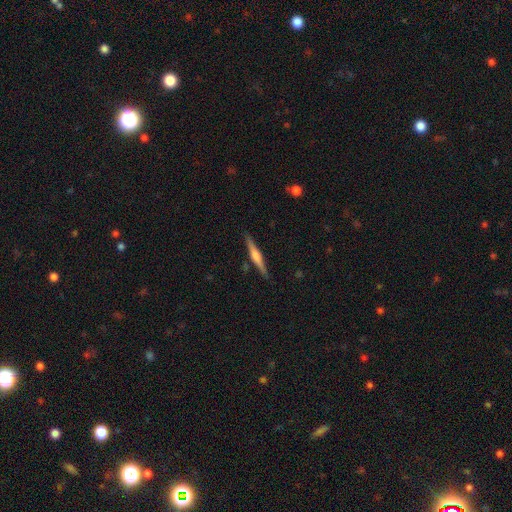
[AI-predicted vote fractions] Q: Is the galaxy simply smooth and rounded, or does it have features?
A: featured or disk — 63%.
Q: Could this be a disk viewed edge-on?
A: yes — 98%.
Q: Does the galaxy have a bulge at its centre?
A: rounded — 75%.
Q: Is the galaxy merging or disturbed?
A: none — 89%.